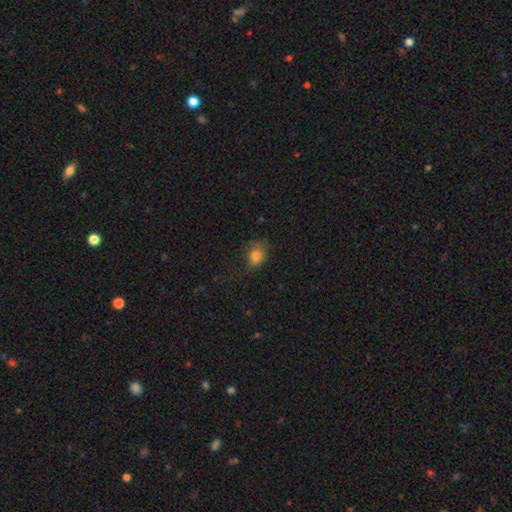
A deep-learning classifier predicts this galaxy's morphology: type=smooth (80%); roundness=in between (62%); merging=none (57%).